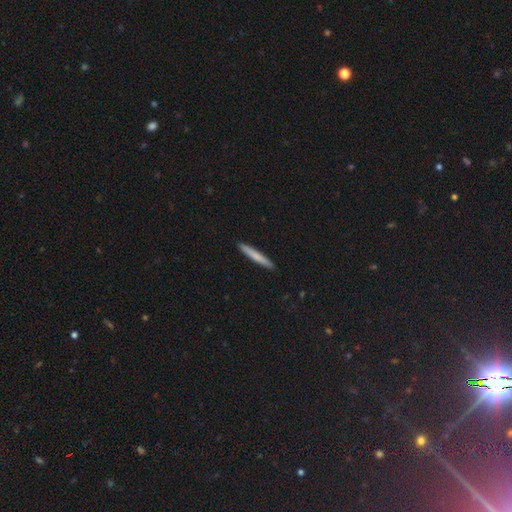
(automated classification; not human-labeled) smooth 75%, featured or disk 20%, star or artifact 5%. Down the decision tree: how rounded — cigar-shaped (96%); merging — none (93%).